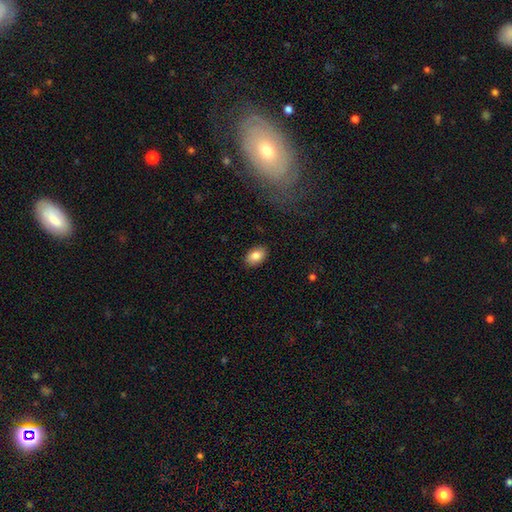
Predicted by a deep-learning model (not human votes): A smooth galaxy with no disk features (83%) that is in between round and cigar-shaped (87%). Merging: none (88%).